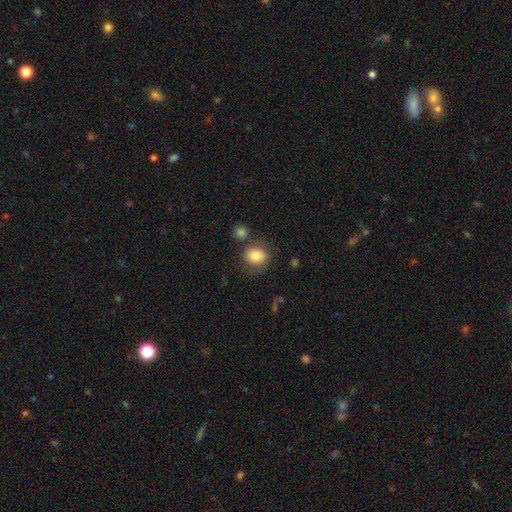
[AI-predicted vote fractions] Smooth or featured?
  - smooth: 82% *
  - featured or disk: 9%
  - star or artifact: 9%
How rounded?
  - round: 68% *
  - in between: 31%
  - cigar-shaped: 1%
Merging?
  - none: 72% *
  - minor disturbance: 13%
  - merger: 10%
  - major disturbance: 5%